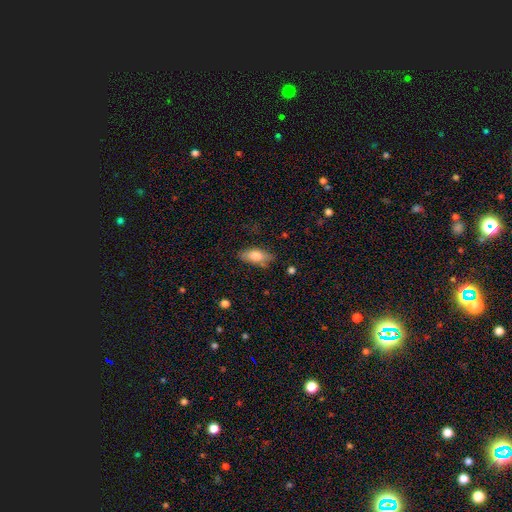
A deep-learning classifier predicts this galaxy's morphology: A smooth galaxy with no disk features (79%) that is in between round and cigar-shaped (85%). Merging: none (77%).